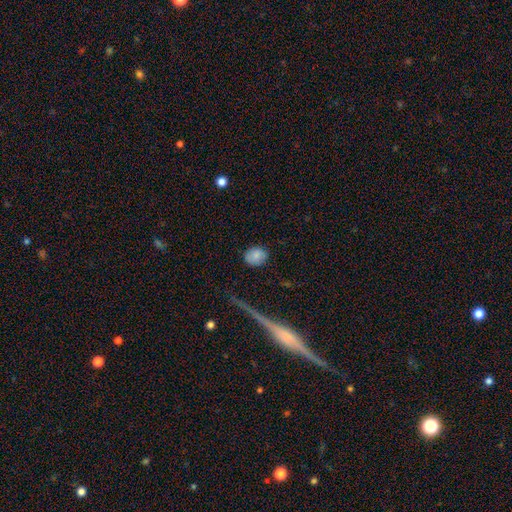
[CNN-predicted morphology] Overall: smooth (83%). How rounded: round (55%; in between 43%). Merging: none (84%).